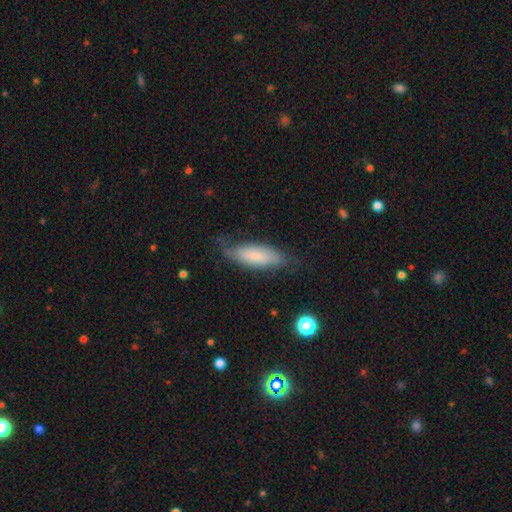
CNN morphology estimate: smooth 64%, featured or disk 29%, star or artifact 7%. Down the decision tree: how rounded — in between (68%); merging — none (58%).